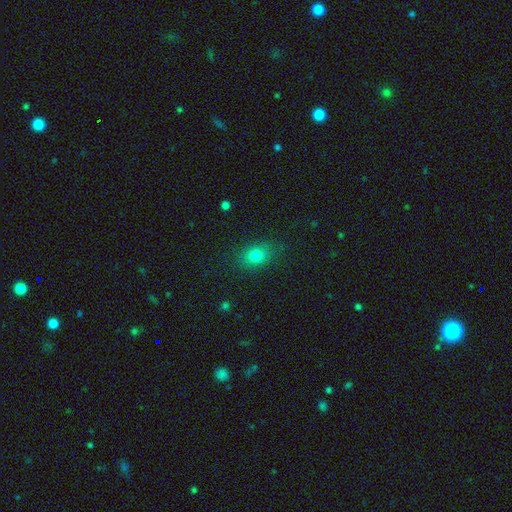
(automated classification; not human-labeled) Smooth or featured? smooth (79%)
How rounded? in between (63%)
Merging? none (83%)